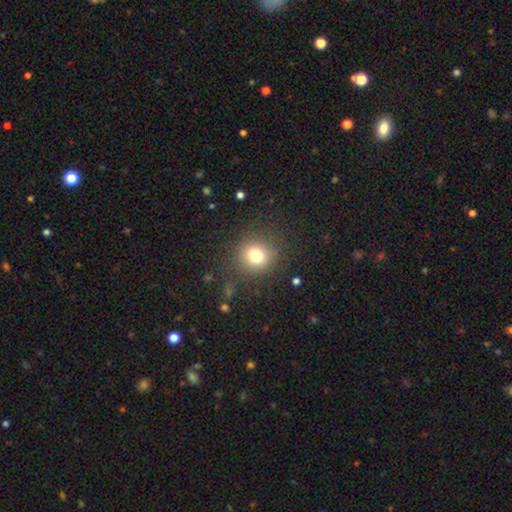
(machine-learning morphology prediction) The model was most divided on "smooth or featured": smooth: 76%, star or artifact: 15%, featured or disk: 9%. More confident: how rounded — round (89%); merging — none (85%).